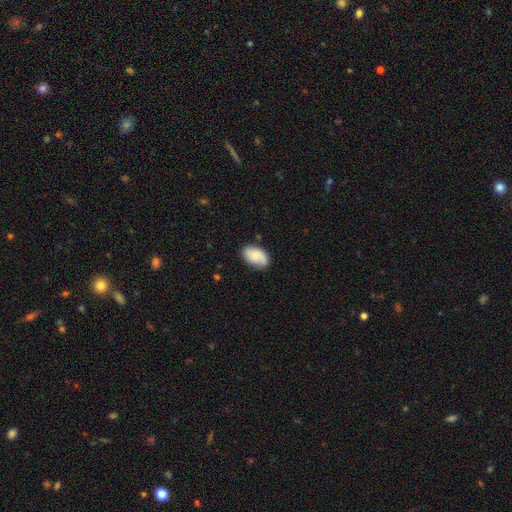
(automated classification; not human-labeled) smooth_or_featured: smooth (p=0.70) [alt: featured or disk p=0.23]
how_rounded: in between (p=0.91) [alt: round p=0.07]
merging: none (p=0.74) [alt: minor disturbance p=0.21]